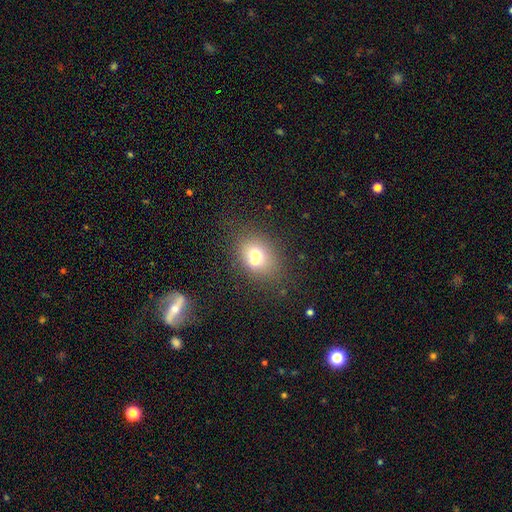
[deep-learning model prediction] Overall: smooth (67%). How rounded: round (52%; in between 47%). Merging: none (51%; merger 31%).